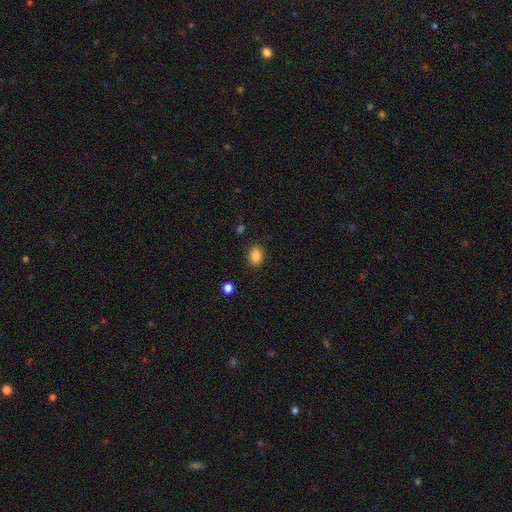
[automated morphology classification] type=smooth (86%); roundness=in between (62%); merging=none (87%).